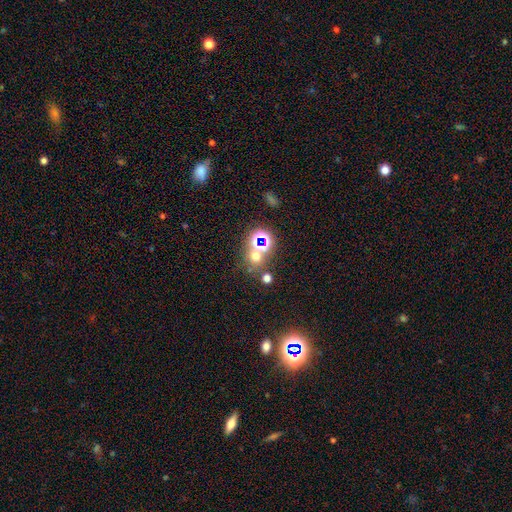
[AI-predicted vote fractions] Morphology: type=smooth (50%); merging=none (63%).